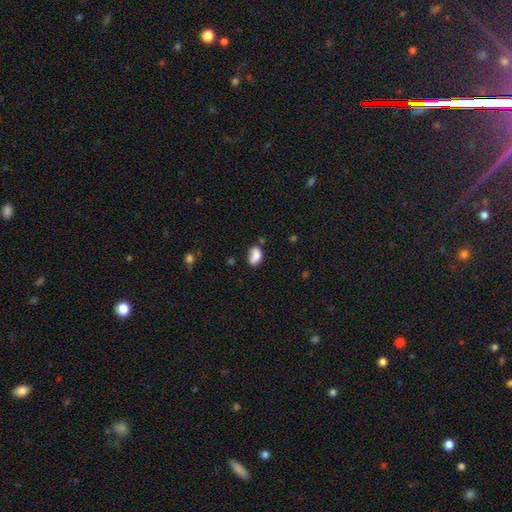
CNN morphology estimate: smooth 81%, featured or disk 10%, star or artifact 9%. Down the decision tree: how rounded — in between (87%); merging — none (52%).